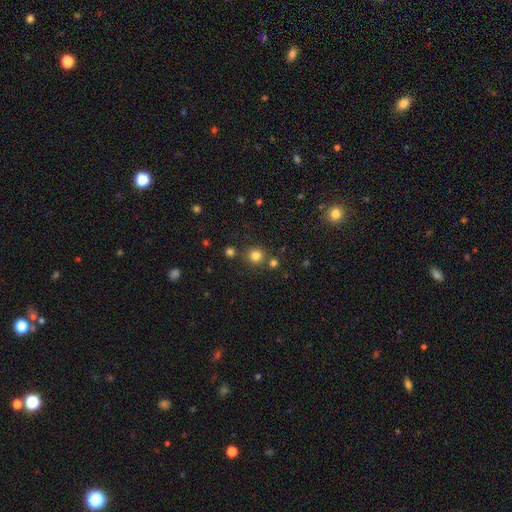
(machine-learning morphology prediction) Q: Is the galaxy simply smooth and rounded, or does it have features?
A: smooth — 80%.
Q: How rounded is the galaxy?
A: round — 93%.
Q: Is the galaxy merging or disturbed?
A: none — 80%.